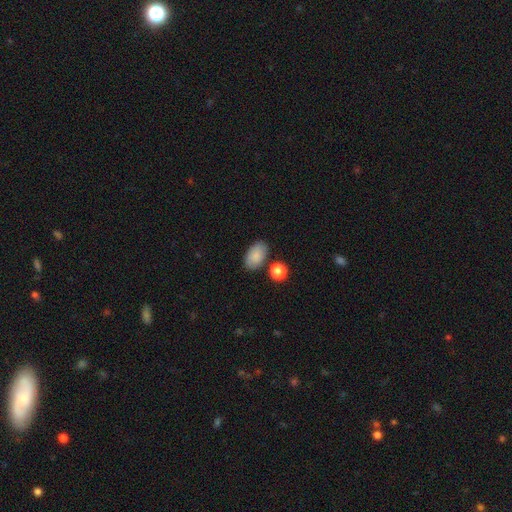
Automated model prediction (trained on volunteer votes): This is clearly a smooth galaxy (84%). How rounded: clearly in between (92%). Merging: likely none (78%).